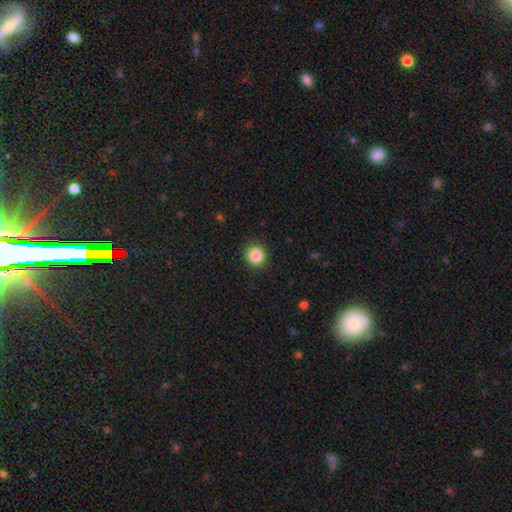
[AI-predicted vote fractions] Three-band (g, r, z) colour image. It shows a smooth galaxy with no disk features (87%) that is round (91%). Merging: none (89%).